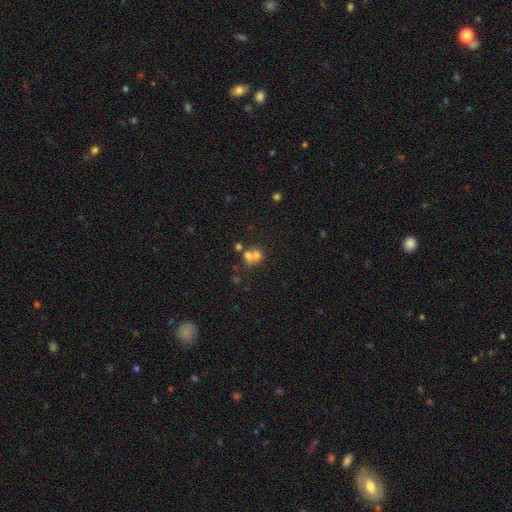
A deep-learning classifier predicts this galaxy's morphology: Smooth or featured: smooth — 63% (featured or disk — 22%)
How rounded: round — 71% (in between — 28%)
Merging: merger — 60% (none — 29%)